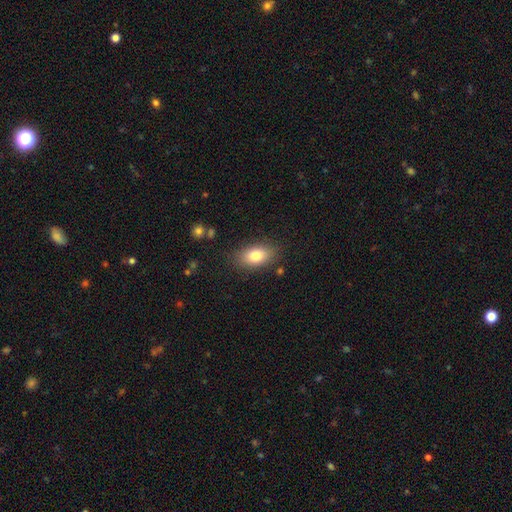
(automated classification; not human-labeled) Morphology: type=smooth (80%); roundness=in between (89%); merging=none (83%).